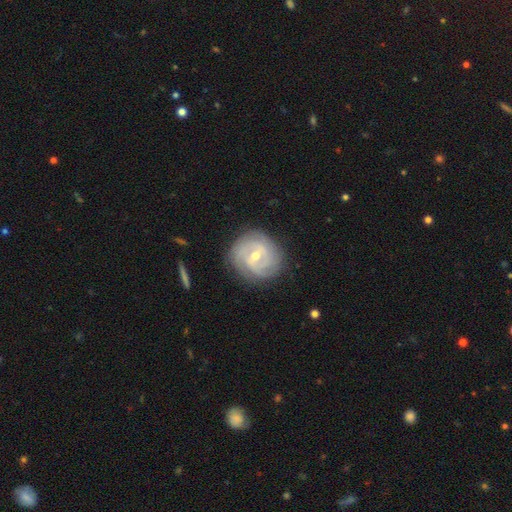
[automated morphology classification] Q: Smooth or featured?
A: featured or disk (86%); runner-up: smooth (10%)
Q: Edge-on disk?
A: no (98%); runner-up: yes (2%)
Q: Bar?
A: weak (57%); runner-up: no (24%)
Q: Spiral arms?
A: yes (96%); runner-up: no (4%)
Q: Spiral winding?
A: tight (69%); runner-up: medium (26%)
Q: Spiral arm count?
A: 2 (32%); runner-up: 3 (27%)
Q: Bulge size?
A: moderate (52%); runner-up: small (45%)
Q: Merging?
A: none (81%); runner-up: minor disturbance (13%)